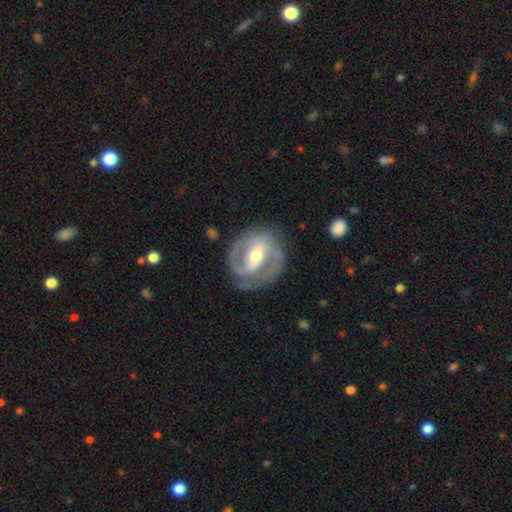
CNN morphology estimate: Overall: featured or disk (86%). Edge-on disk: no (97%). Bar: strong (47%; weak 37%). Spiral arms: yes (91%). Spiral arm count: 2 (82%). Spiral winding: medium (45%; tight 43%). Bulge size: moderate (62%; small 32%). Merging: none (77%).